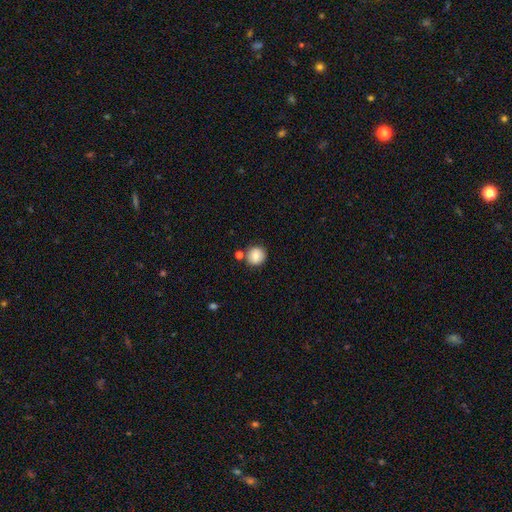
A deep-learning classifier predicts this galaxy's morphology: smooth 84%, star or artifact 9%, featured or disk 7%. Down the decision tree: how rounded — round (92%); merging — none (79%).